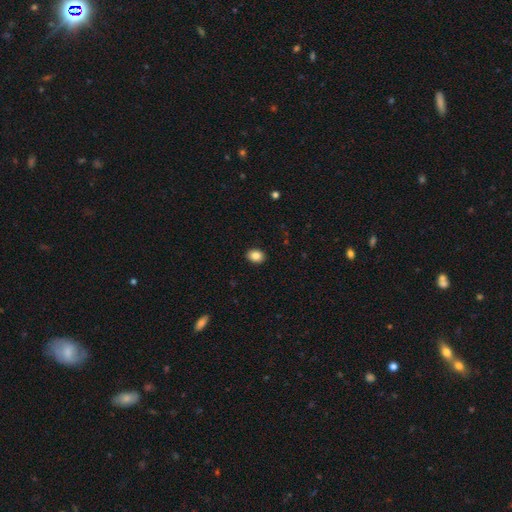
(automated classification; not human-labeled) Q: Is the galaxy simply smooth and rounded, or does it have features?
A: smooth — 86%.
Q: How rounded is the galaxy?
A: in between — 62%.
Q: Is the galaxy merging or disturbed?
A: none — 90%.